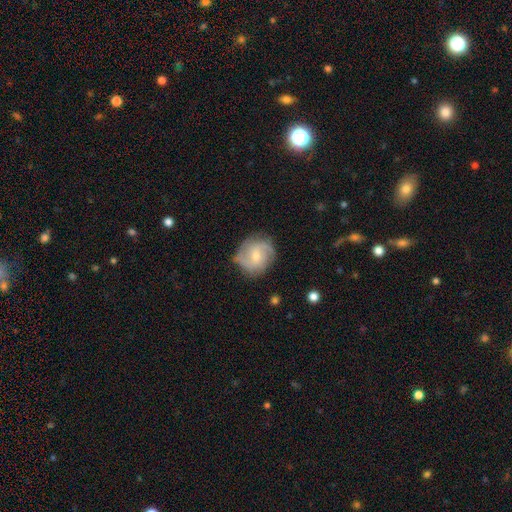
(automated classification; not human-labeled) The model was most divided on "bulge size": small: 52%, moderate: 43%, none: 2%, large: 2%, dominant: 1%. Remaining: edge-on disk — no (98%); spiral arms — yes (93%); merging — none (74%); smooth or featured — featured or disk (72%); spiral arm count — 2 (52%); bar — no (51%); spiral winding — medium (47%).